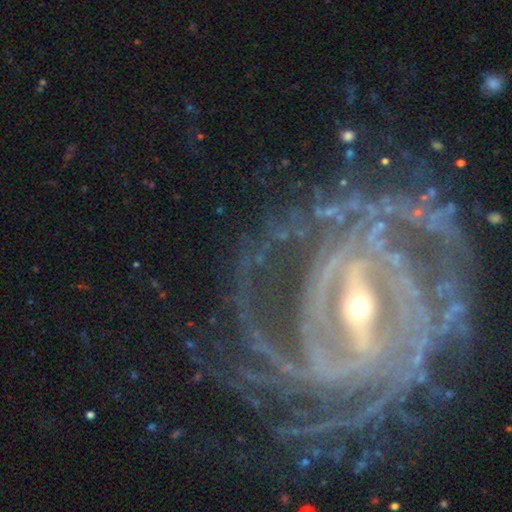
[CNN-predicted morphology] A featured or disk galaxy (91%) with a strong bar (72%), more than 4 (22%) tight (73%) spiral arms (97%) and a small central bulge (64%). Merging: none (73%).